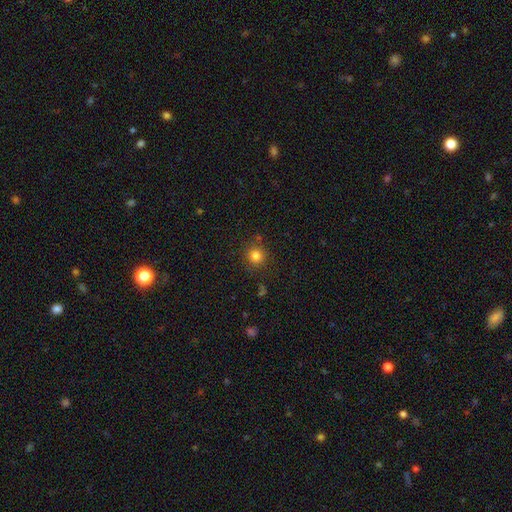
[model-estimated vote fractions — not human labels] Smooth or featured: smooth — 81% (star or artifact — 13%)
How rounded: round — 92% (in between — 7%)
Merging: none — 85% (minor disturbance — 9%)